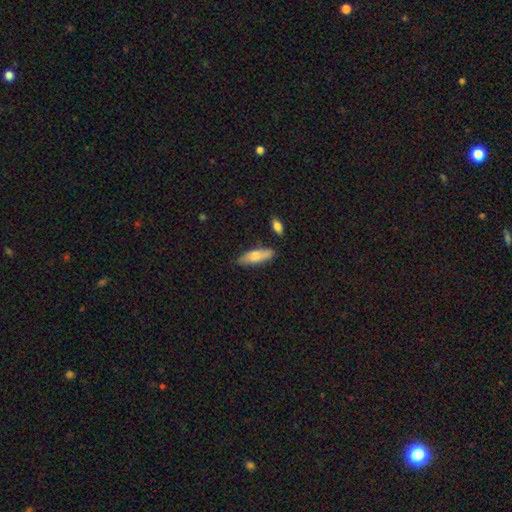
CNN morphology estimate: A smooth galaxy with no disk features (72%) that is cigar-shaped (49%, tied with in between).

Vote fractions:
- Smooth or featured? smooth: 72% / featured or disk: 22% / star or artifact: 6%
- How rounded? cigar-shaped: 49% (tied) / in between: 49% (tied) / round: 2%
- Merging? none: 78% / minor disturbance: 15% / merger: 5% / major disturbance: 3%